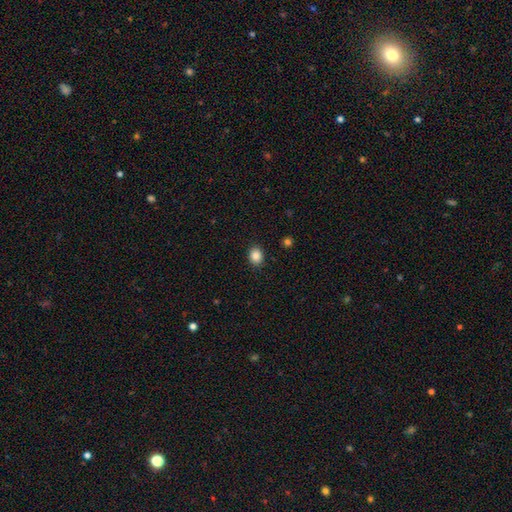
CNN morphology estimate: Smooth or featured?
  - smooth: 86% *
  - star or artifact: 10%
  - featured or disk: 4%
How rounded?
  - round: 61% *
  - in between: 38%
  - cigar-shaped: 1%
Merging?
  - none: 90% *
  - minor disturbance: 7%
  - major disturbance: 2%
  - merger: 1%